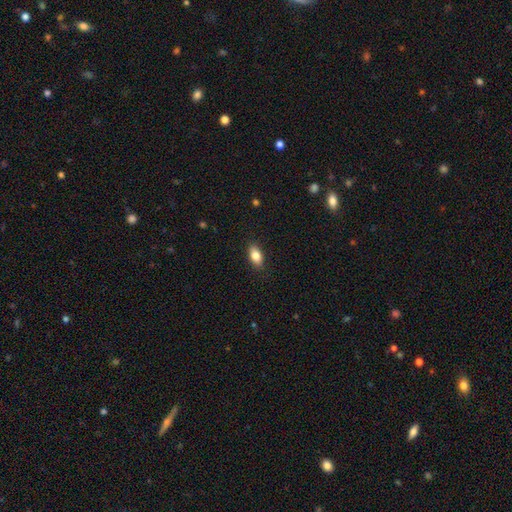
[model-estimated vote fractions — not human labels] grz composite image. It shows a smooth galaxy with no disk features (82%) that is in between round and cigar-shaped (89%). Merging: none (88%).